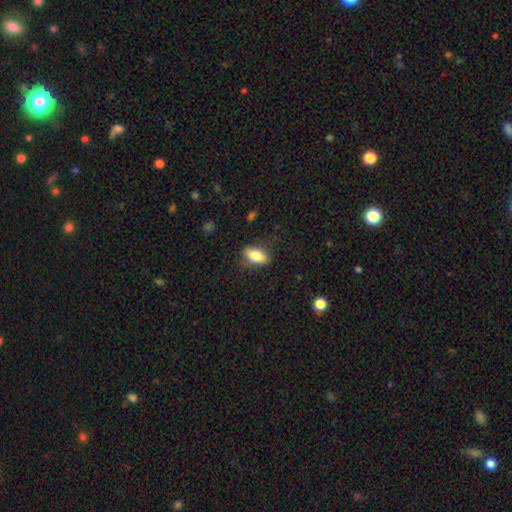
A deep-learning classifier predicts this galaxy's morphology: This is clearly a smooth galaxy (81%). How rounded: clearly in between (88%). Merging: likely none (78%).